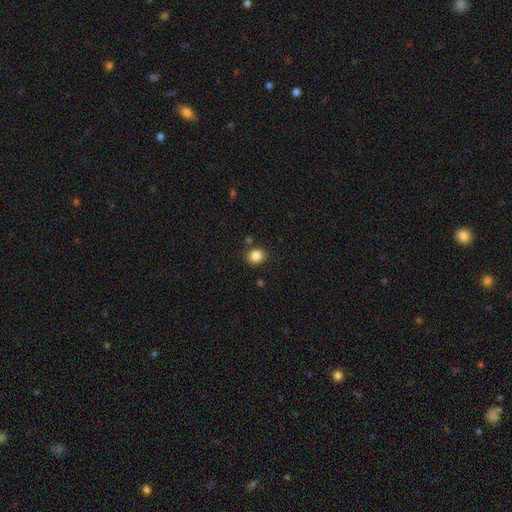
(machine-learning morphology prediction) A smooth galaxy with no disk features (85%) that is round (72%). Merging: none (84%).